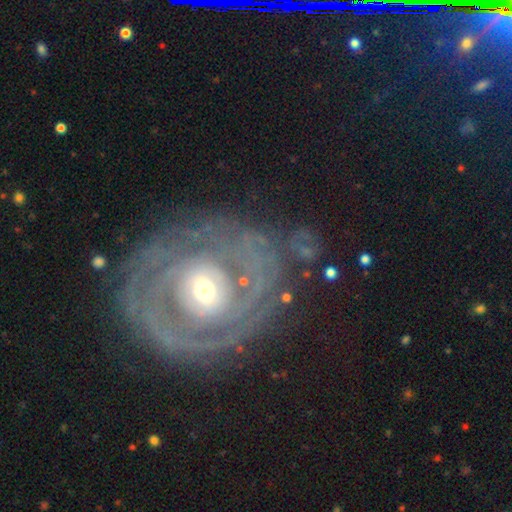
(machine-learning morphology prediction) Smooth or featured: featured or disk — 80% (smooth — 12%)
Edge-on disk: no — 96% (yes — 4%)
Bar: no — 66% (weak — 23%)
Spiral arms: yes — 77% (no — 23%)
Spiral winding: tight — 76% (medium — 18%)
Spiral arm count: can't tell — 40% (2 — 25%)
Bulge size: moderate — 59% (small — 31%)
Merging: none — 73% (minor disturbance — 15%)